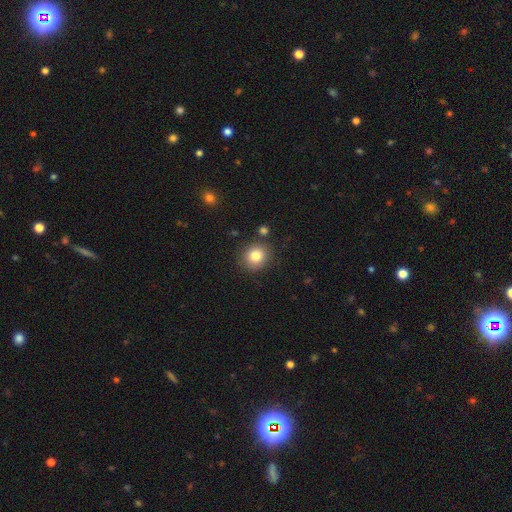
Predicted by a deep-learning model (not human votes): Q: Smooth or featured?
A: smooth (82%); runner-up: star or artifact (11%)
Q: How rounded?
A: round (83%); runner-up: in between (16%)
Q: Merging?
A: none (84%); runner-up: minor disturbance (9%)